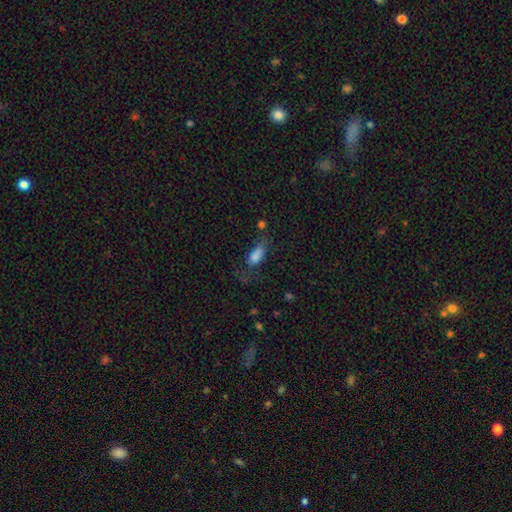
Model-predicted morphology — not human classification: This is likely a smooth galaxy (77%). How rounded: clearly in between (84%). Merging: marginally none (40%).